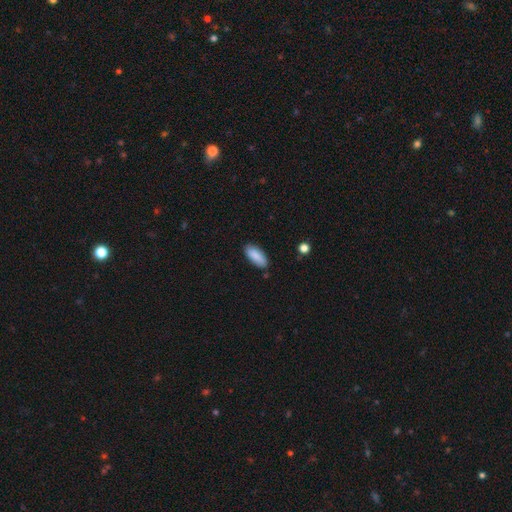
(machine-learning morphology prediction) A smooth galaxy with no disk features (89%) that is in between round and cigar-shaped (84%).

Vote fractions:
- Smooth or featured? smooth: 89% / star or artifact: 6% / featured or disk: 5%
- How rounded? in between: 84% / cigar-shaped: 14% / round: 2%
- Merging? none: 84% / minor disturbance: 12% / major disturbance: 2% / merger: 2%